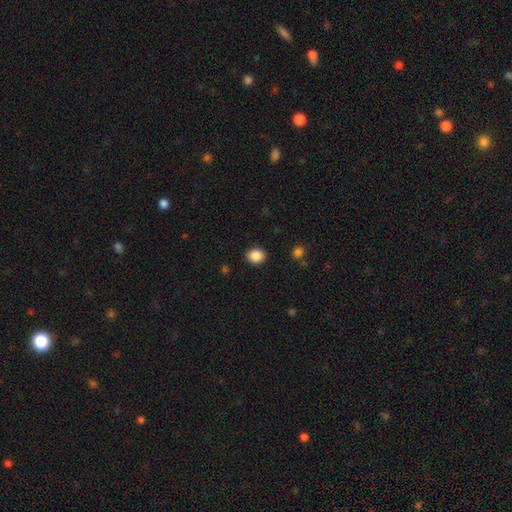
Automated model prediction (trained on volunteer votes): smooth 88%, star or artifact 9%, featured or disk 3%. Down the decision tree: how rounded — round (65%); merging — none (90%).